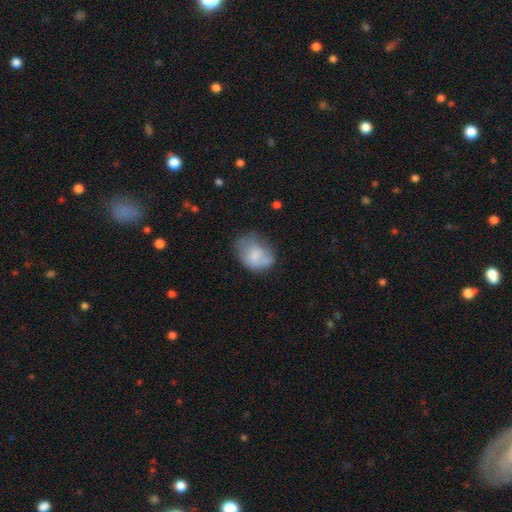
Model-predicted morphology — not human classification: smooth_or_featured: smooth (p=0.68) [alt: featured or disk p=0.24]
how_rounded: in between (p=0.70) [alt: round p=0.29]
merging: none (p=0.40) [alt: minor disturbance p=0.34]